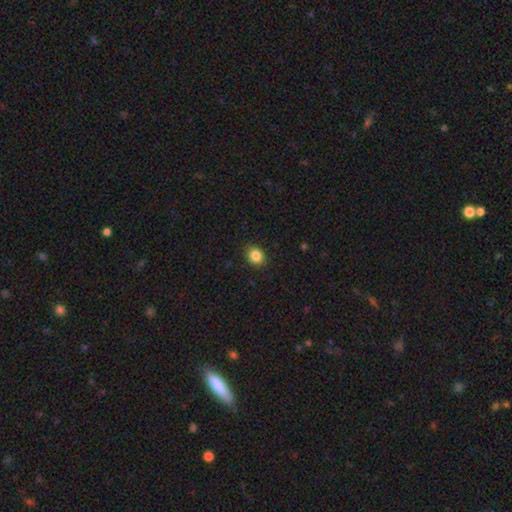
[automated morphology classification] smooth_or_featured: smooth (p=0.85) [alt: star or artifact p=0.10]
how_rounded: round (p=0.59) [alt: in between p=0.40]
merging: none (p=0.89) [alt: minor disturbance p=0.08]